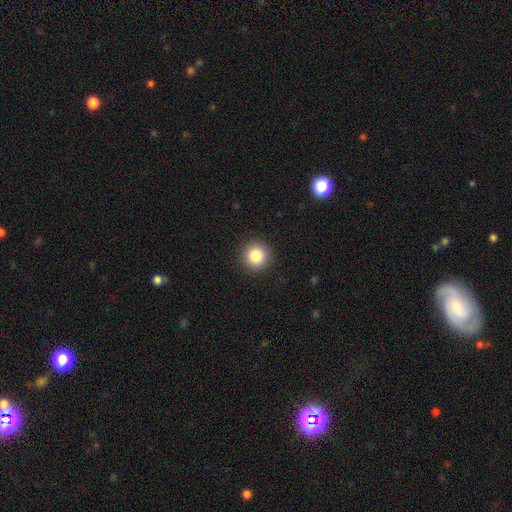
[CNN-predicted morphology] smooth 86%, star or artifact 10%, featured or disk 4%. Down the decision tree: how rounded — round (94%); merging — none (91%).